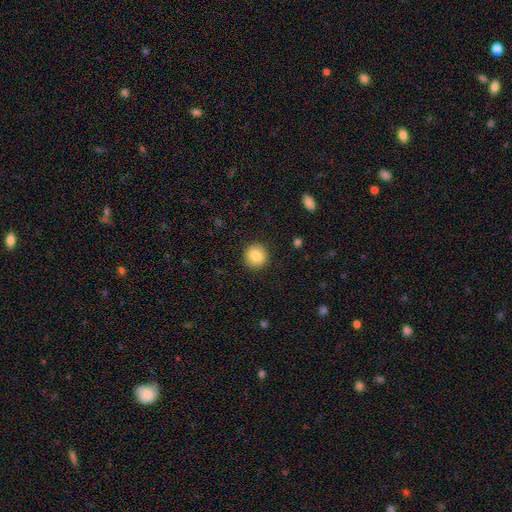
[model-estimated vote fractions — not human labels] This appears to be a smooth galaxy with no disk features (86%) that is round (88%). Merging: none (90%).